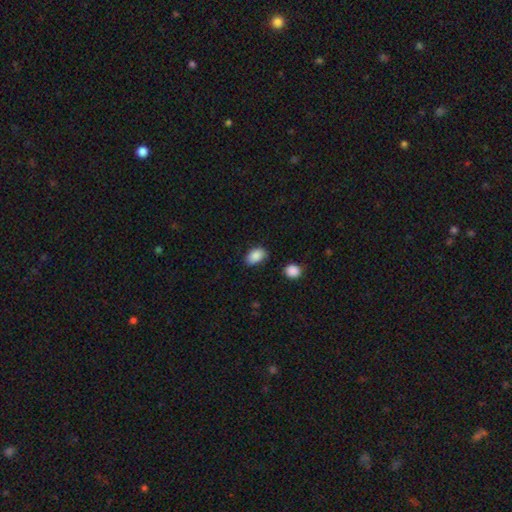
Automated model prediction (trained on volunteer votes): Overall: smooth (88%). How rounded: in between (89%). Merging: none (76%).